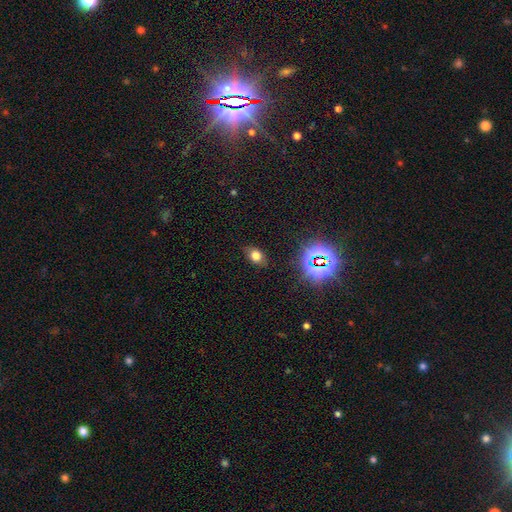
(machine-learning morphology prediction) type=smooth (69%); roundness=in between (75%); merging=none (81%).